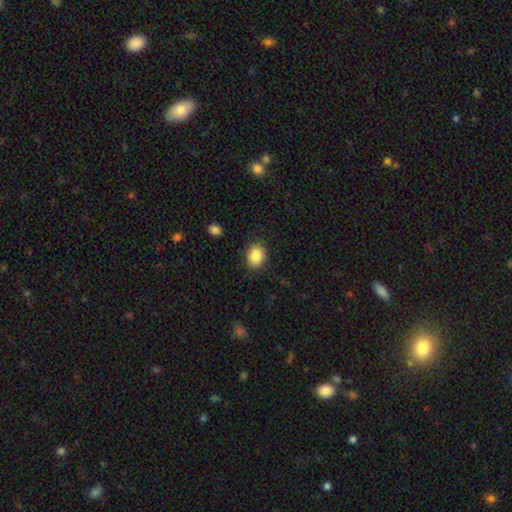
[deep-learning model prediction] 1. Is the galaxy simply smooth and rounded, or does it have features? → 87% smooth, 8% star or artifact, 5% featured or disk.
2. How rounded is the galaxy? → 60% in between, 39% round, 1% cigar-shaped.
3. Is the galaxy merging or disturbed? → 87% none, 9% minor disturbance, 3% major disturbance, 1% merger.